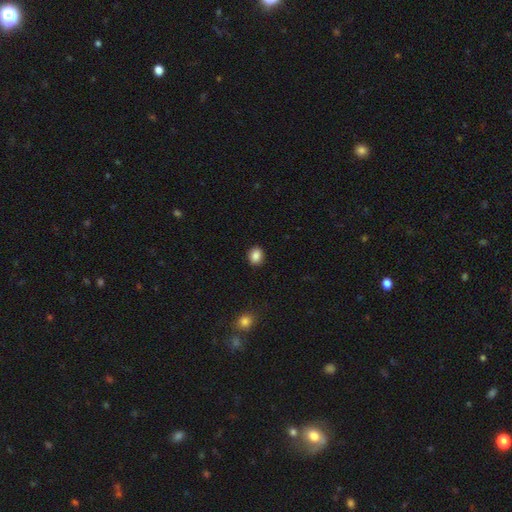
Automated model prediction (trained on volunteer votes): Morphology: type=smooth (88%); roundness=round (53%); merging=none (91%).